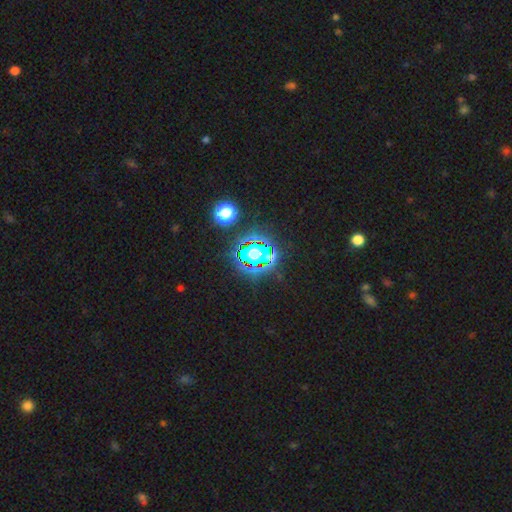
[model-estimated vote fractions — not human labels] Morphology: type=star or artifact (61%).